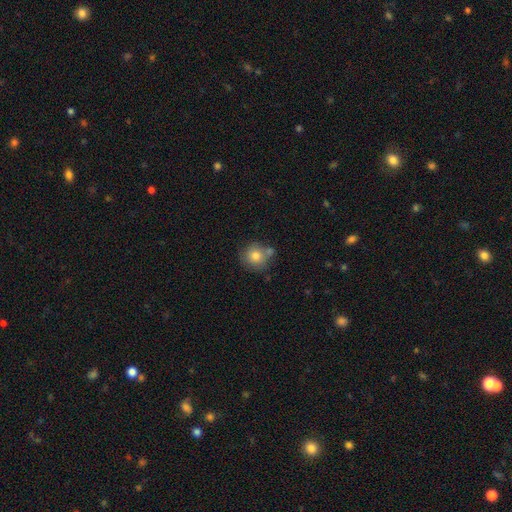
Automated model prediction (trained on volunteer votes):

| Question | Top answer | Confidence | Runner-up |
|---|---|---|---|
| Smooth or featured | smooth | 79% | featured or disk (12%) |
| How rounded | round | 90% | in between (9%) |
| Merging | none | 63% | merger (19%) |